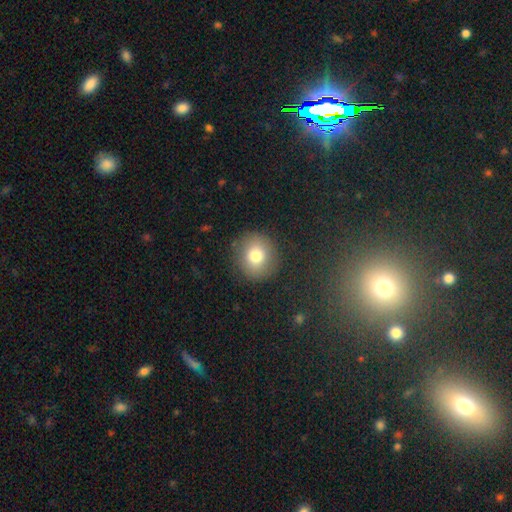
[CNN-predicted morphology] This is likely a smooth galaxy (78%). How rounded: clearly round (88%). Merging: clearly none (87%).